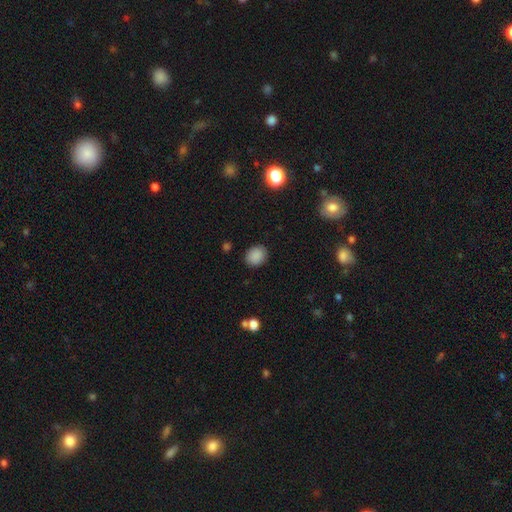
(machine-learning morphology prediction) This is clearly a smooth galaxy (88%). How rounded: likely round (64%). Merging: clearly none (88%).